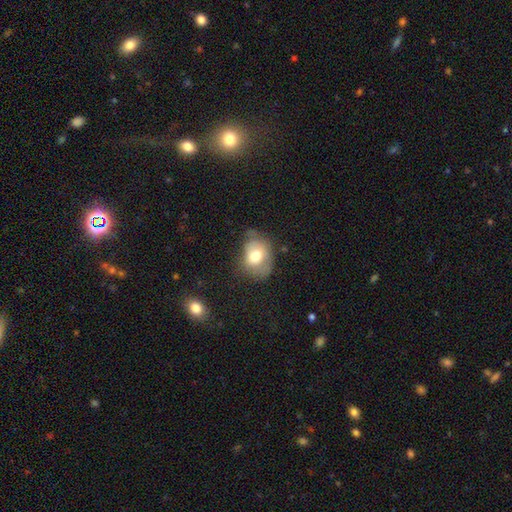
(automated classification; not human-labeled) smooth_or_featured: smooth (p=0.69) [alt: featured or disk p=0.22]
how_rounded: in between (p=0.58) [alt: round p=0.41]
merging: none (p=0.49) [alt: minor disturbance p=0.34]